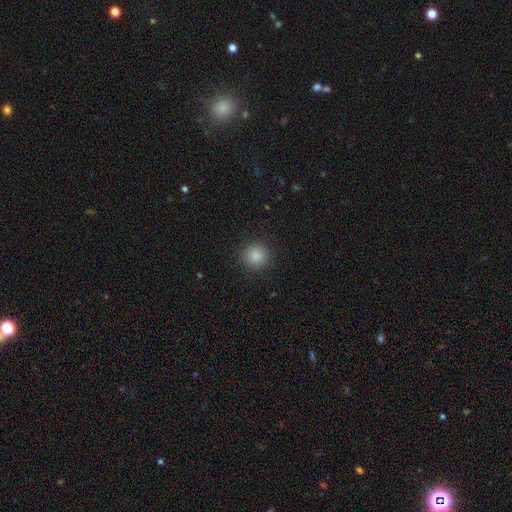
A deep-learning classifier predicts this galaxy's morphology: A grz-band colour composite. It shows a smooth galaxy with no disk features (86%) that is round (95%). Merging: none (92%).